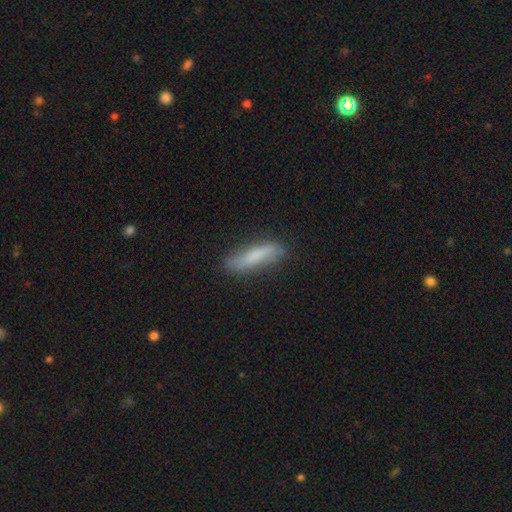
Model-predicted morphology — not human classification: A smooth galaxy with no disk features (70%) that is cigar-shaped (78%).

Vote fractions:
- Smooth or featured? smooth: 70% / featured or disk: 23% / star or artifact: 7%
- How rounded? cigar-shaped: 78% / in between: 20% / round: 2%
- Merging? none: 76% / minor disturbance: 18% / major disturbance: 4% / merger: 2%